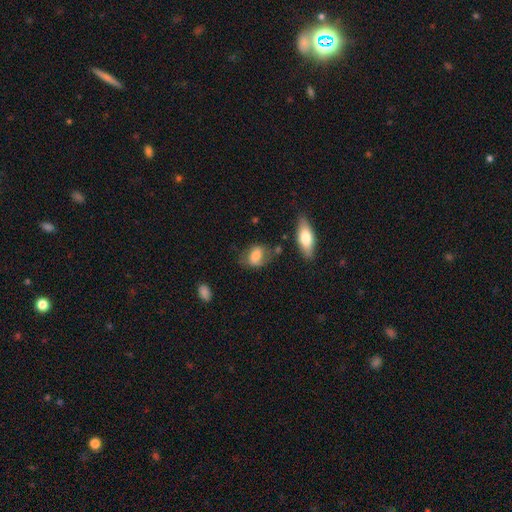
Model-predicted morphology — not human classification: smooth-or-featured: smooth: 64% | featured or disk: 28% | star or artifact: 8%
  how-rounded: in between: 75% | round: 22% | cigar-shaped: 3%
  merging: none: 50% | minor disturbance: 29% | major disturbance: 15% | merger: 6%